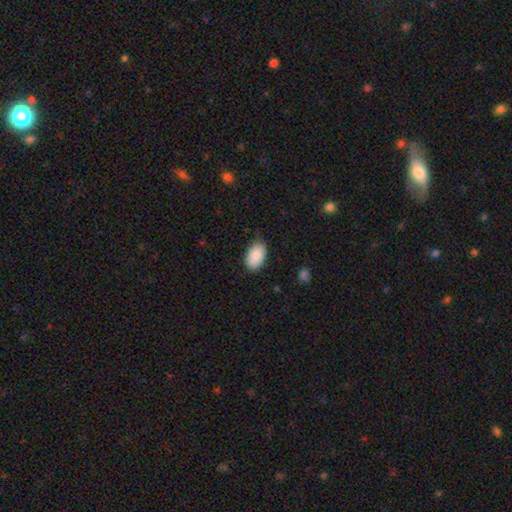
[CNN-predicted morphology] Smooth or featured? smooth (89%)
How rounded? in between (93%)
Merging? none (78%)